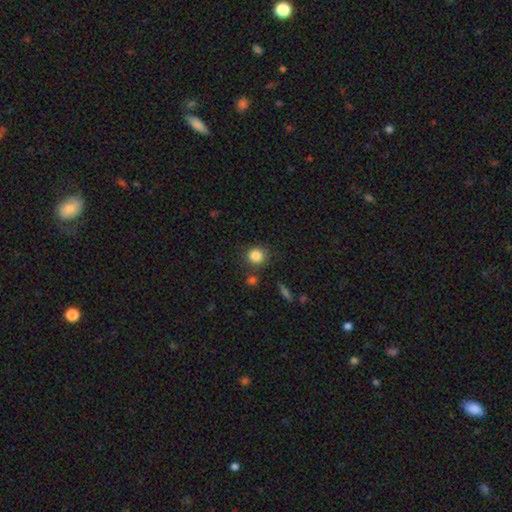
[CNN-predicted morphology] smooth 85%, star or artifact 11%, featured or disk 5%. Down the decision tree: how rounded — round (89%); merging — none (81%).